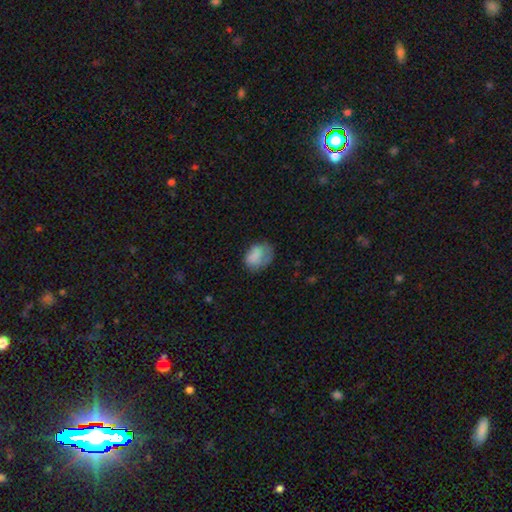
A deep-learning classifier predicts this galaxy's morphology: type=smooth (75%); roundness=in between (66%); merging=none (47%).